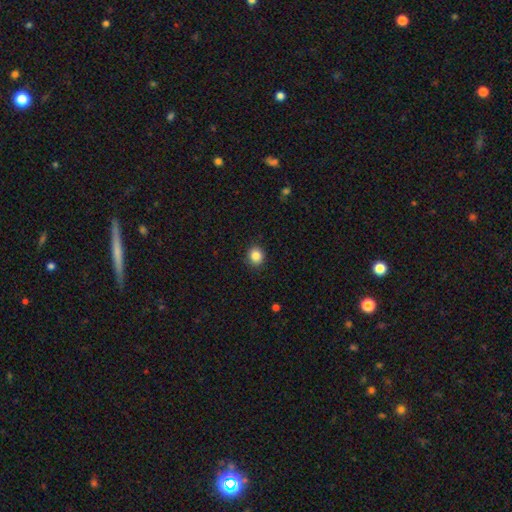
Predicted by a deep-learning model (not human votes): Smooth or featured? Predicted: smooth (p=0.86). How rounded? Predicted: round (p=0.84). Merging? Predicted: none (p=0.89).